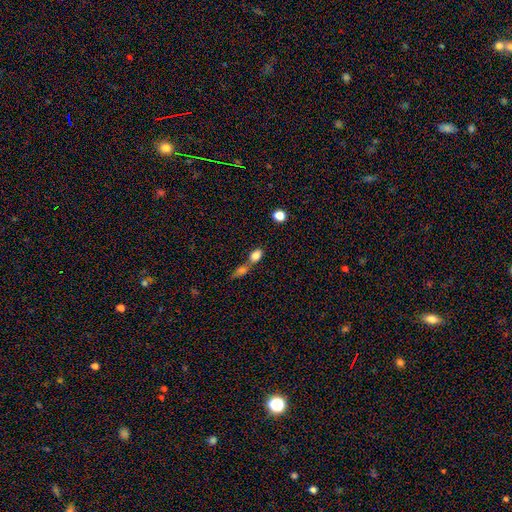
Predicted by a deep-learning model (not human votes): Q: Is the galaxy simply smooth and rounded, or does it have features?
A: smooth — 82%.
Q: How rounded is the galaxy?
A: in between — 76%.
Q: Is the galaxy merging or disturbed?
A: merger — 59%.